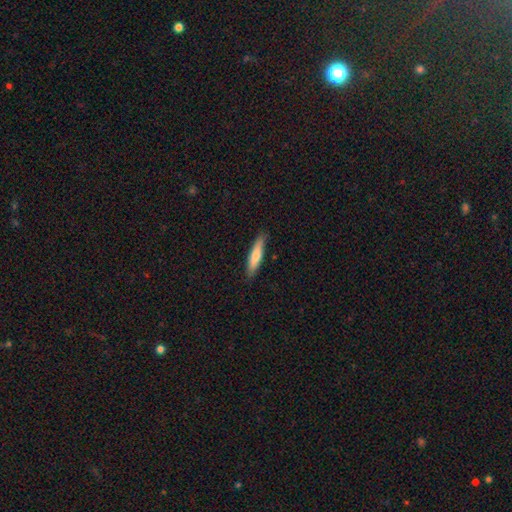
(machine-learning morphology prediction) type=smooth (72%); roundness=cigar-shaped (83%); merging=none (86%).